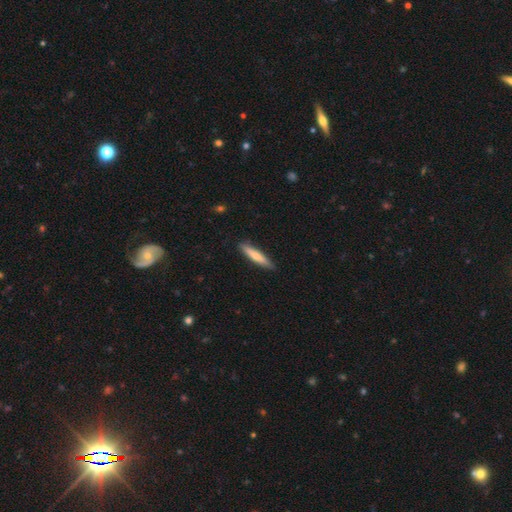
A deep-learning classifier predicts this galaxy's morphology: type=smooth (69%); roundness=cigar-shaped (87%); merging=none (87%).